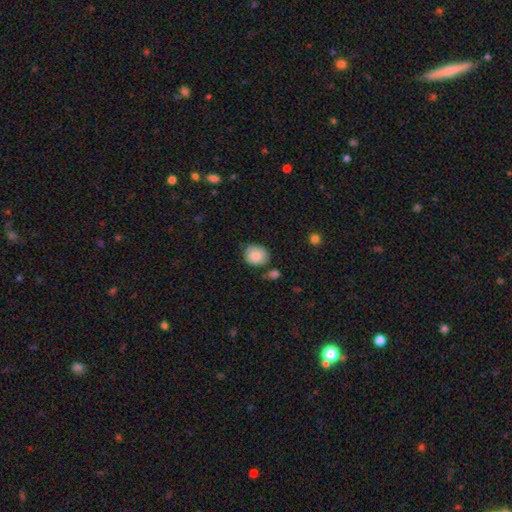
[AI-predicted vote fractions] Smooth or featured?
  - smooth: 83% *
  - featured or disk: 9%
  - star or artifact: 8%
How rounded?
  - round: 76% *
  - in between: 23%
  - cigar-shaped: 1%
Merging?
  - none: 71% *
  - minor disturbance: 19%
  - merger: 6%
  - major disturbance: 4%